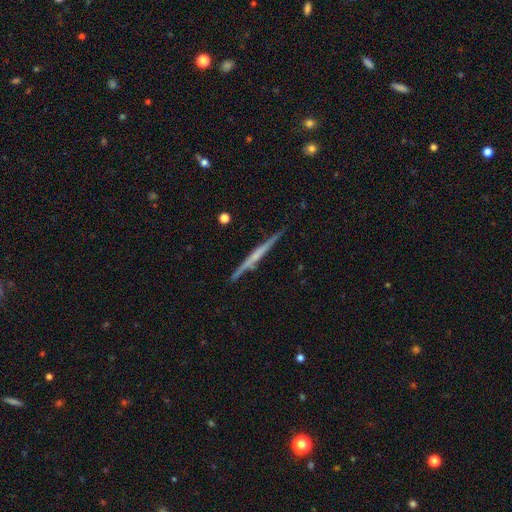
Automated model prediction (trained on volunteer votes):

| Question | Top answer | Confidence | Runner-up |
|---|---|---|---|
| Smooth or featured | featured or disk | 67% | smooth (27%) |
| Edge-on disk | yes | 97% | no (3%) |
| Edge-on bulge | none | 64% | rounded (24%) |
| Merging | none | 86% | minor disturbance (10%) |